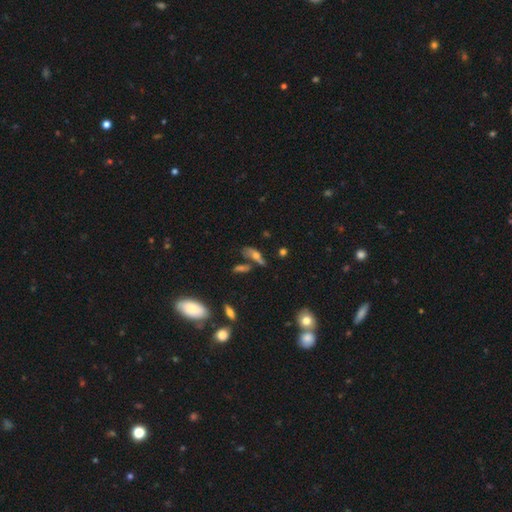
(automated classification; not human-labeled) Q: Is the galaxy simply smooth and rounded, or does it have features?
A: smooth — 49%.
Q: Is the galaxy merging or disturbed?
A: none — 44%.